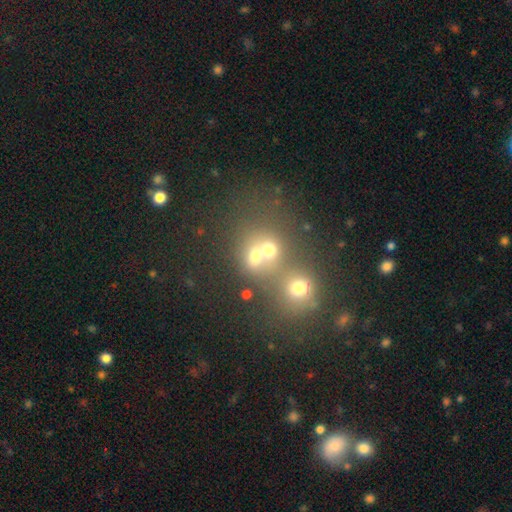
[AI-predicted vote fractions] Q: Smooth or featured?
A: smooth (65%); runner-up: star or artifact (21%)
Q: How rounded?
A: round (67%); runner-up: in between (31%)
Q: Merging?
A: merger (53%); runner-up: none (35%)